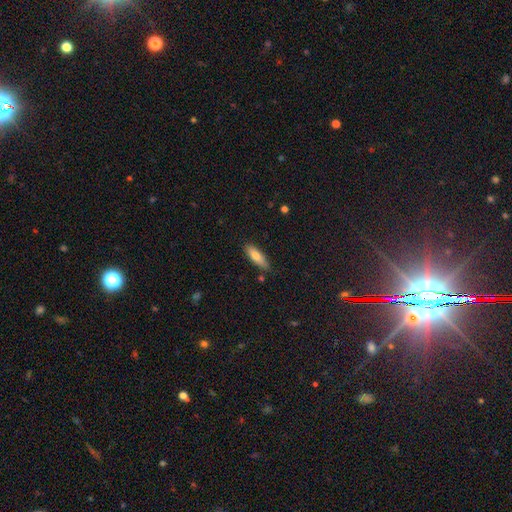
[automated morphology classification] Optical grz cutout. It shows a smooth galaxy with no disk features (74%) that is in between round and cigar-shaped (51%). Merging: none (77%).